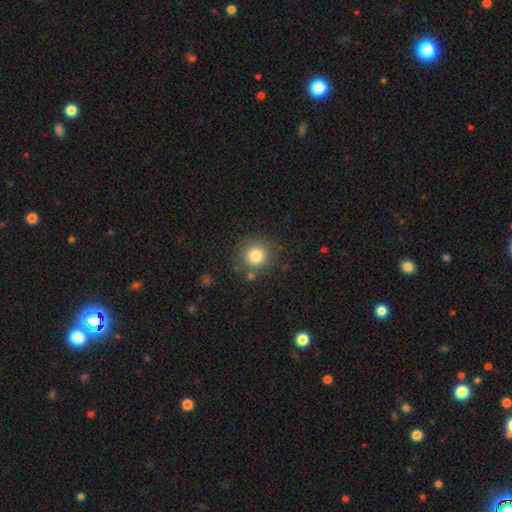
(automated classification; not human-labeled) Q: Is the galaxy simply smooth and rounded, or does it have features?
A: smooth — 82%.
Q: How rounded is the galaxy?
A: round — 93%.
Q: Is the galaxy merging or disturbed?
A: none — 82%.